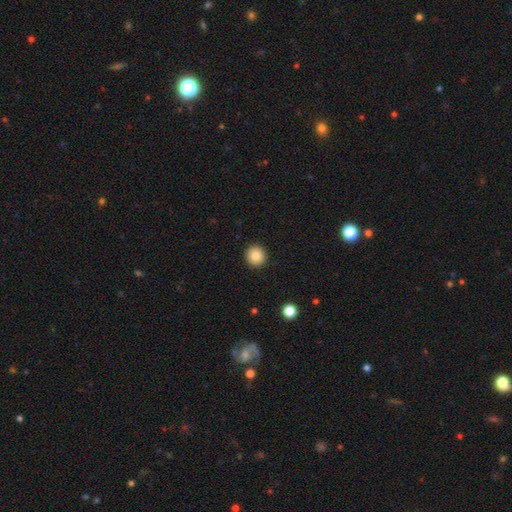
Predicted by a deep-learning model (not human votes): smooth-or-featured: smooth: 87% | star or artifact: 9% | featured or disk: 4%
  how-rounded: round: 92% | in between: 7% | cigar-shaped: 1%
  merging: none: 93% | minor disturbance: 5% | major disturbance: 2% | merger: 1%